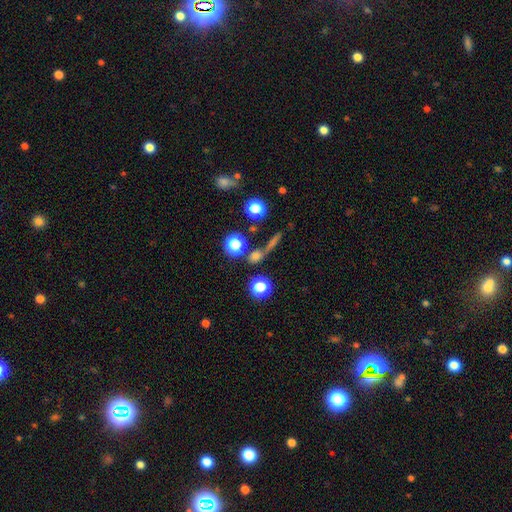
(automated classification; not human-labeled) smooth-or-featured: smooth: 59% | star or artifact: 28% | featured or disk: 13%
  how-rounded: round: 63% | in between: 20% | cigar-shaped: 17%
  merging: none: 61% | merger: 22% | minor disturbance: 10% | major disturbance: 7%